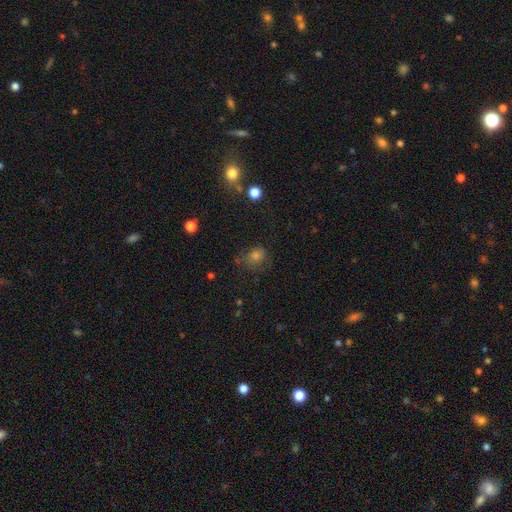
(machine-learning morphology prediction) smooth 66%, star or artifact 22%, featured or disk 12%. Down the decision tree: how rounded — round (72%); merging — none (67%).